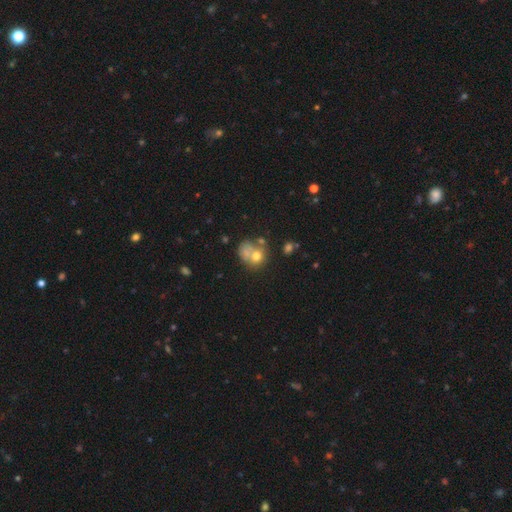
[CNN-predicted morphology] A smooth galaxy with no disk features (62%) that is round (65%).

Vote fractions:
- Smooth or featured? smooth: 62% / featured or disk: 26% / star or artifact: 12%
- How rounded? round: 65% / in between: 35% / cigar-shaped: 1%
- Merging? merger: 43% / none: 31% / minor disturbance: 13% / major disturbance: 12%